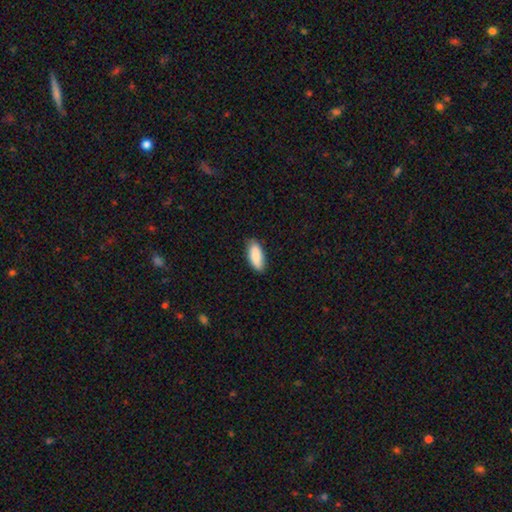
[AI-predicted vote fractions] Smooth or featured?
  - smooth: 87% *
  - featured or disk: 7%
  - star or artifact: 6%
How rounded?
  - in between: 83% *
  - cigar-shaped: 16%
  - round: 2%
Merging?
  - none: 85% *
  - minor disturbance: 12%
  - major disturbance: 2%
  - merger: 1%